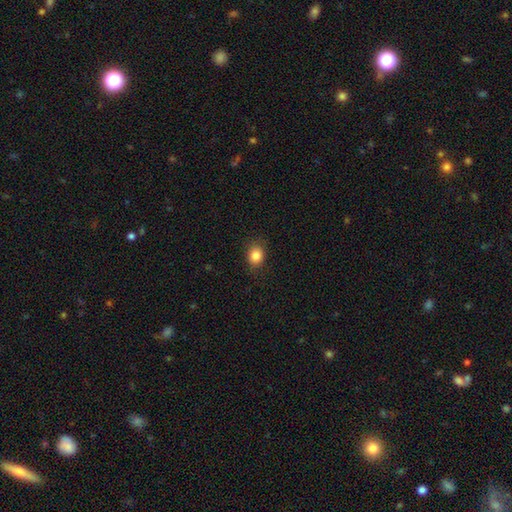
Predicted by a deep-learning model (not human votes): This is clearly a smooth galaxy (85%). How rounded: possibly round (57%). Merging: clearly none (83%).